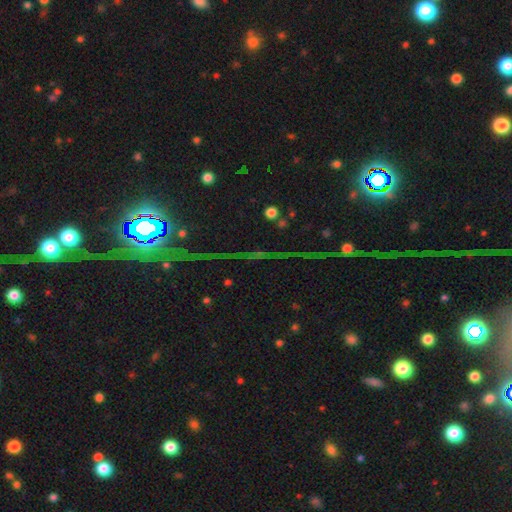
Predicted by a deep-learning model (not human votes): Smooth or featured? Predicted: star or artifact (p=0.78).